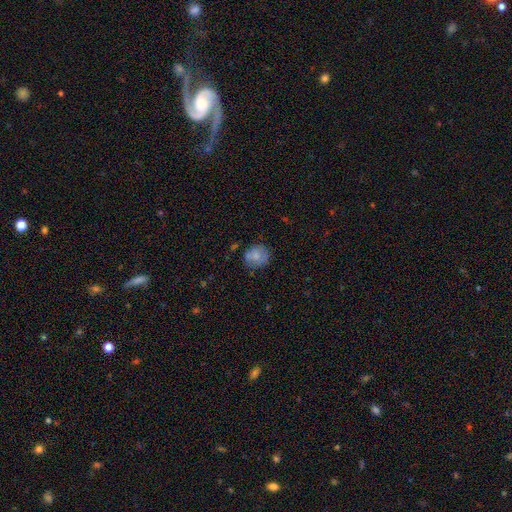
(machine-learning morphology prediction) This is likely a smooth galaxy (74%). How rounded: clearly round (81%). Merging: likely none (71%).